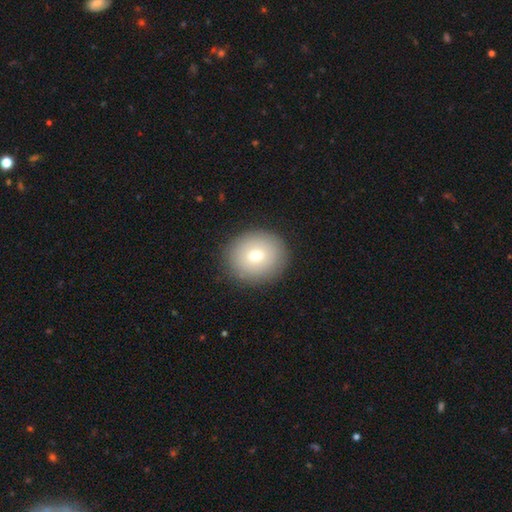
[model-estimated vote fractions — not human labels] The model was most divided on "smooth or featured": smooth: 72%, featured or disk: 18%, star or artifact: 10%. More confident: merging — none (89%); how rounded — round (77%).